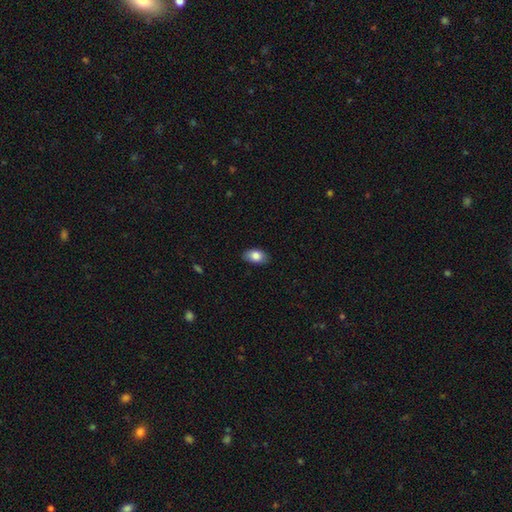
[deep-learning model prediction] This is clearly a smooth galaxy (83%). How rounded: clearly in between (90%). Merging: clearly none (85%).